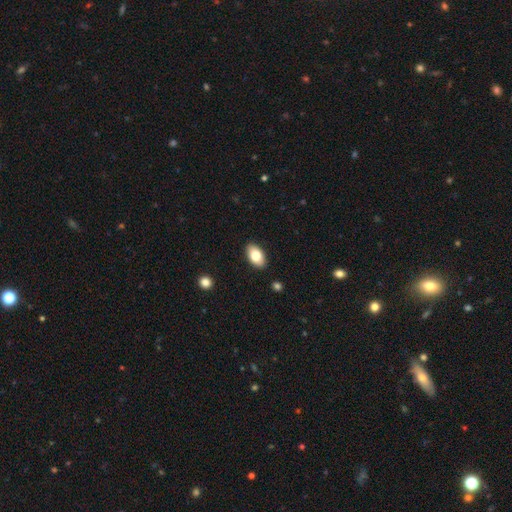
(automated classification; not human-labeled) A smooth galaxy with no disk features (79%) that is in between round and cigar-shaped (93%).

Vote fractions:
- Smooth or featured? smooth: 79% / featured or disk: 14% / star or artifact: 7%
- How rounded? in between: 93% / round: 5% / cigar-shaped: 2%
- Merging? none: 89% / minor disturbance: 8% / major disturbance: 2% / merger: 1%